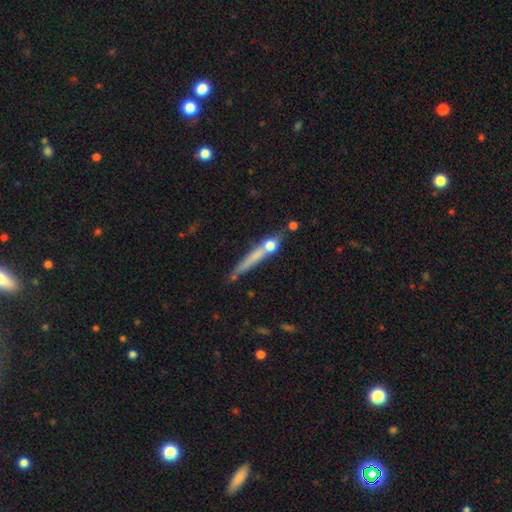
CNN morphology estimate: smooth_or_featured: smooth (p=0.48) [alt: featured or disk p=0.42]
merging: none (p=0.63) [alt: minor disturbance p=0.16]